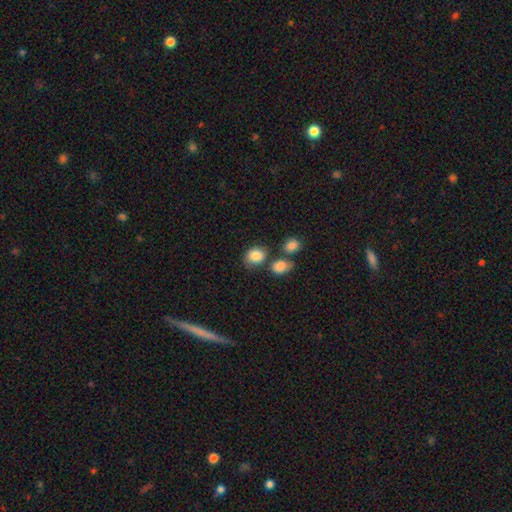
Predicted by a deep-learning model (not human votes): smooth 85%, star or artifact 9%, featured or disk 6%. Down the decision tree: how rounded — round (51%); merging — none (59%).